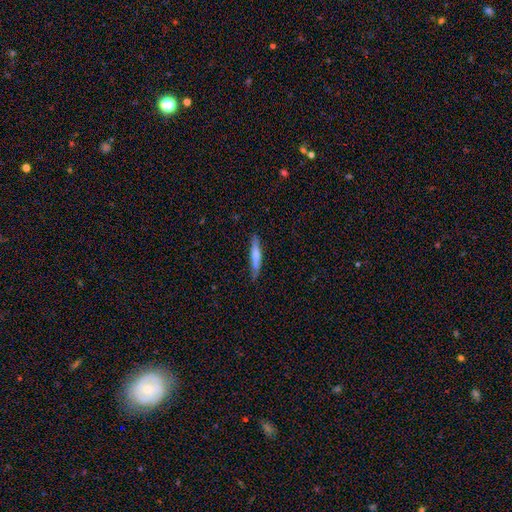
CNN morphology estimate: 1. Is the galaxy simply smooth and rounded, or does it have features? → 69% smooth, 26% featured or disk, 6% star or artifact.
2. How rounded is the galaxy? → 90% cigar-shaped, 8% in between, 1% round.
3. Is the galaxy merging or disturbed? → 79% none, 16% minor disturbance, 3% major disturbance, 2% merger.